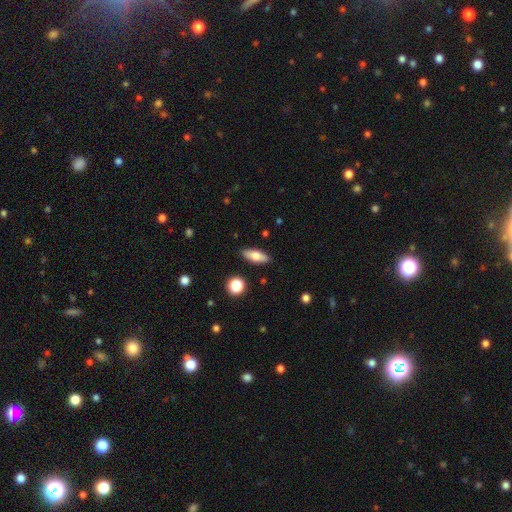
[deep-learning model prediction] smooth-or-featured: smooth: 70% | featured or disk: 23% | star or artifact: 7%
  how-rounded: in between: 69% | cigar-shaped: 27% | round: 4%
  merging: none: 87% | minor disturbance: 9% | major disturbance: 2% | merger: 2%